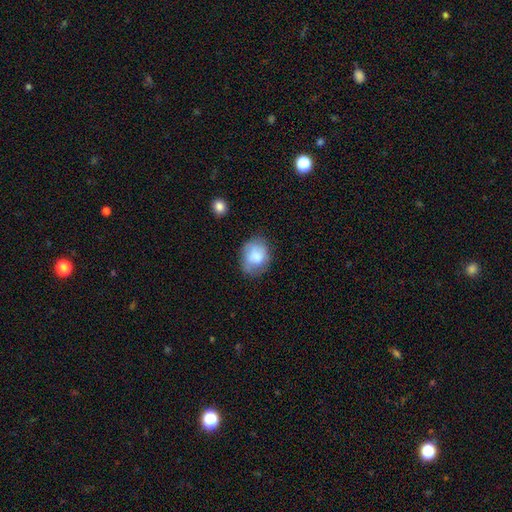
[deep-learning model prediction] Smooth or featured?
  - smooth: 75% *
  - featured or disk: 17%
  - star or artifact: 8%
How rounded?
  - in between: 52% *
  - round: 47%
  - cigar-shaped: 1%
Merging?
  - none: 61% *
  - minor disturbance: 27%
  - major disturbance: 9%
  - merger: 3%